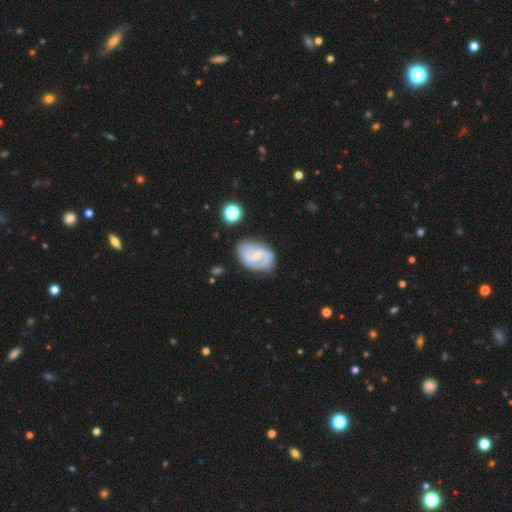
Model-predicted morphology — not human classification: smooth-or-featured: featured or disk: 76% | smooth: 18% | star or artifact: 6%
  disk-edge-on: no: 97% | yes: 3%
    bar: weak: 55% | no: 28% | strong: 17%
    has-spiral-arms: yes: 91% | no: 9%
      spiral-winding: medium: 45% | loose: 32% | tight: 23%
      spiral-arm-count: 2: 81% | can't tell: 11% | 1: 4% | 3: 2% | 4: 1% | more than 4: 1%
    bulge-size: small: 64% | moderate: 22% | none: 12% | large: 1% | dominant: 1%
  merging: none: 72% | minor disturbance: 18% | major disturbance: 6% | merger: 3%